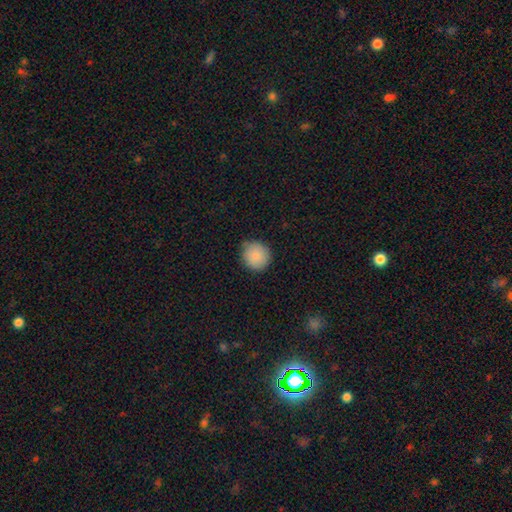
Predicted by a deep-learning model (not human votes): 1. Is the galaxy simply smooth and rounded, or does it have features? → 86% smooth, 9% star or artifact, 5% featured or disk.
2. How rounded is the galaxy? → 91% round, 8% in between, 1% cigar-shaped.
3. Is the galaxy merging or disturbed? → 80% none, 16% minor disturbance, 3% major disturbance, 1% merger.